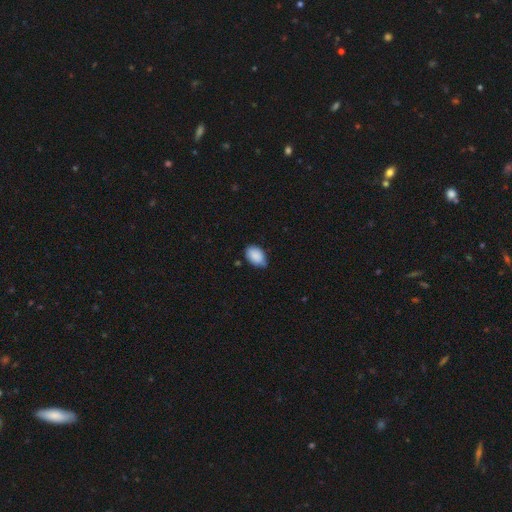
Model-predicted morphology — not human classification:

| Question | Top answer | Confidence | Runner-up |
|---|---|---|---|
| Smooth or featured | smooth | 88% | star or artifact (7%) |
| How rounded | in between | 86% | round (12%) |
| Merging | none | 61% | minor disturbance (33%) |